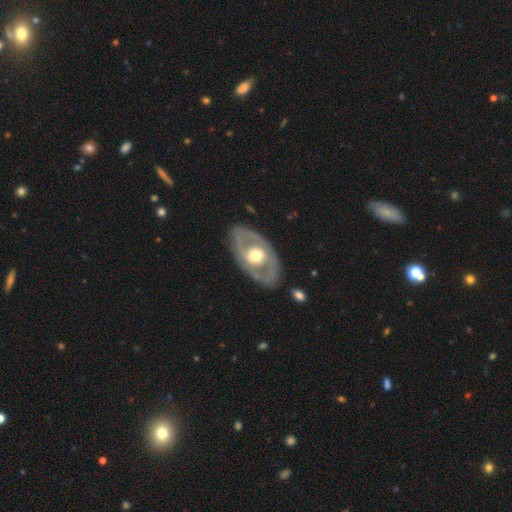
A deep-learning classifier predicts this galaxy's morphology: smooth_or_featured: featured or disk (p=0.69) [alt: smooth p=0.27]
disk_edge_on: no (p=0.90) [alt: yes p=0.10]
bar: no (p=0.72) [alt: weak p=0.20]
has_spiral_arms: no (p=0.63) [alt: yes p=0.37]
bulge_size: moderate (p=0.65) [alt: large p=0.25]
merging: none (p=0.82) [alt: minor disturbance p=0.12]